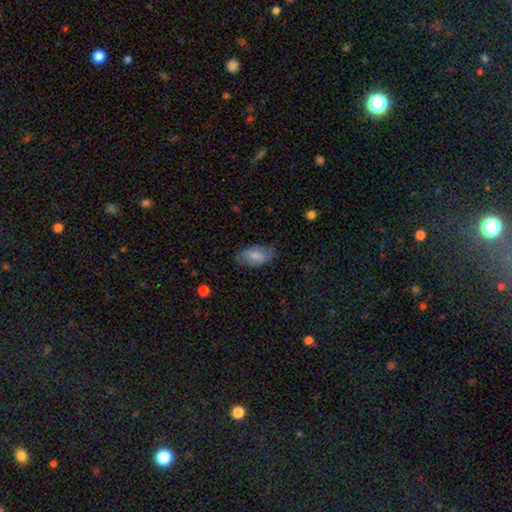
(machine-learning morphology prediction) A smooth galaxy with no disk features (70%) that is in between round and cigar-shaped (93%). Merging: none (68%).